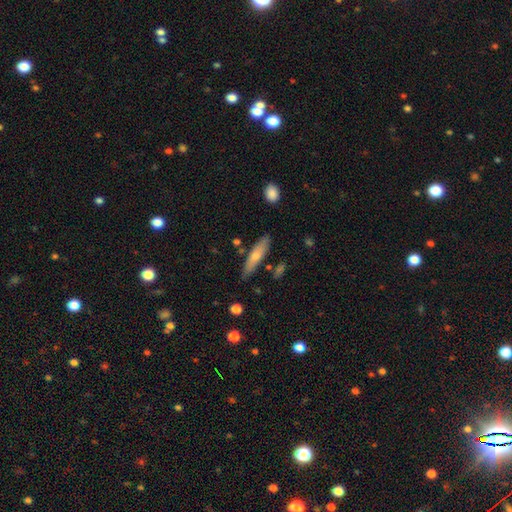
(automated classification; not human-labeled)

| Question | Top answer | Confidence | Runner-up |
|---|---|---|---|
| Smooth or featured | smooth | 66% | featured or disk (28%) |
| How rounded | cigar-shaped | 76% | in between (22%) |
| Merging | none | 79% | minor disturbance (14%) |